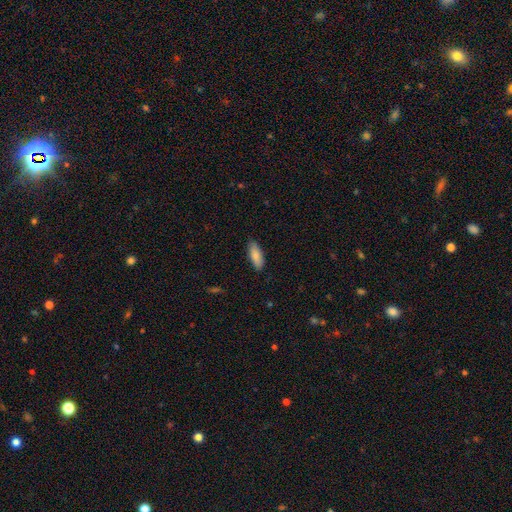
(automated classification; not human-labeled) Overall: smooth (85%). How rounded: in between (68%; cigar-shaped 30%). Merging: none (86%).